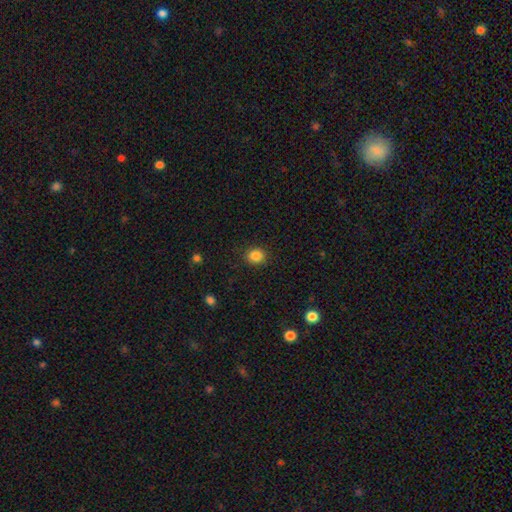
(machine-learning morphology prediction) Smooth or featured: smooth — 85% (star or artifact — 10%)
How rounded: round — 77% (in between — 22%)
Merging: none — 90% (minor disturbance — 7%)